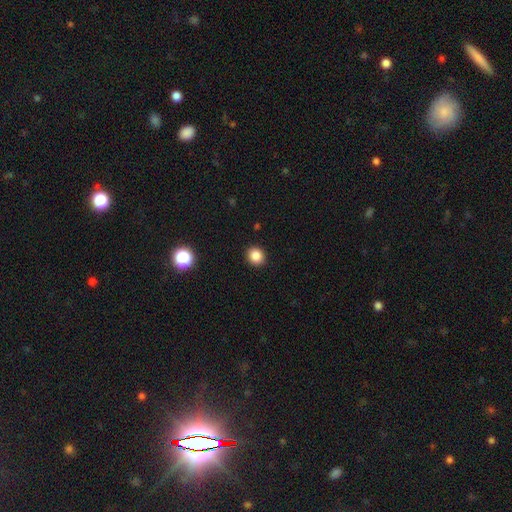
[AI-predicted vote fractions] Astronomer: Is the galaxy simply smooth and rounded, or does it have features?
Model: smooth — 85%.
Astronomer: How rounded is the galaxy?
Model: round — 85%.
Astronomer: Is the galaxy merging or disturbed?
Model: none — 92%.